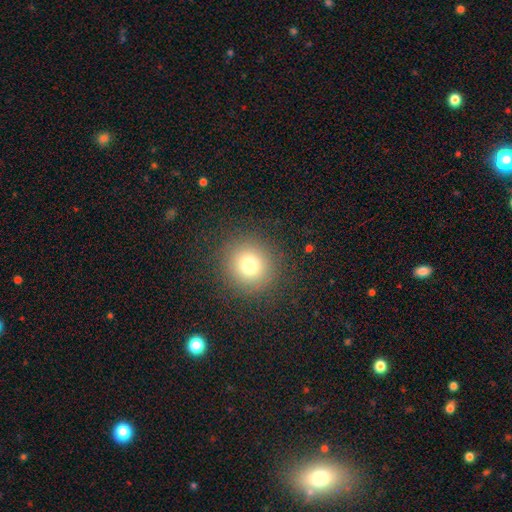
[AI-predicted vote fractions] Smooth or featured: smooth — 73% (star or artifact — 18%)
How rounded: round — 92% (in between — 7%)
Merging: none — 91% (minor disturbance — 5%)